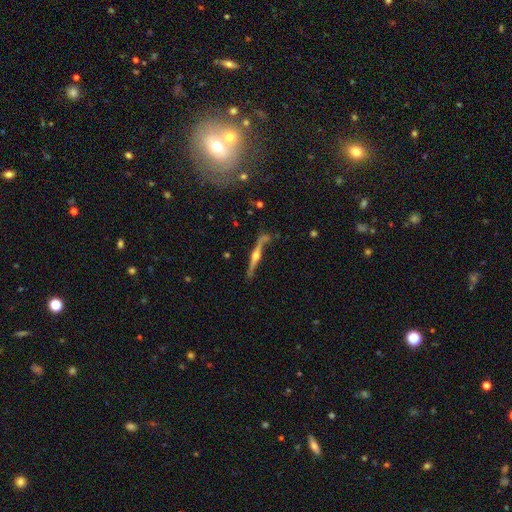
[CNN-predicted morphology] This appears to be a featured or disk galaxy (80%) viewed edge-on (97%) with a rounded central bulge (94%). Merging: none (73%).